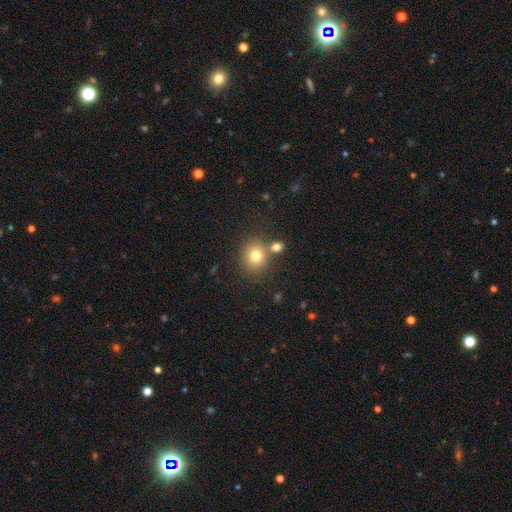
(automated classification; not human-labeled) A smooth galaxy with no disk features (77%) that is round (80%).

Vote fractions:
- Smooth or featured? smooth: 77% / star or artifact: 13% / featured or disk: 10%
- How rounded? round: 80% / in between: 19% / cigar-shaped: 1%
- Merging? none: 69% / merger: 19% / minor disturbance: 9% / major disturbance: 3%